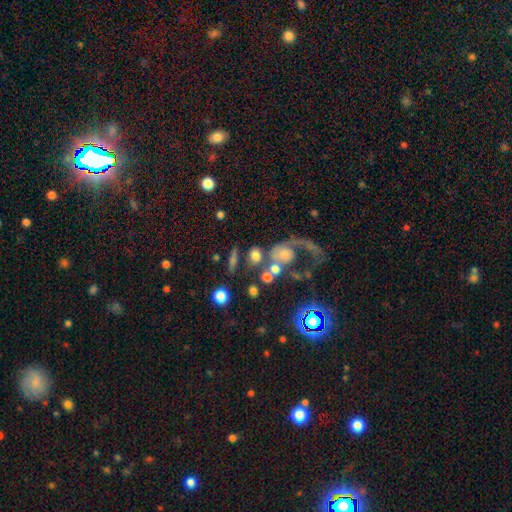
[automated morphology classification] A smooth galaxy with no disk features (59%) that is round (50%). Merging: none (40%).